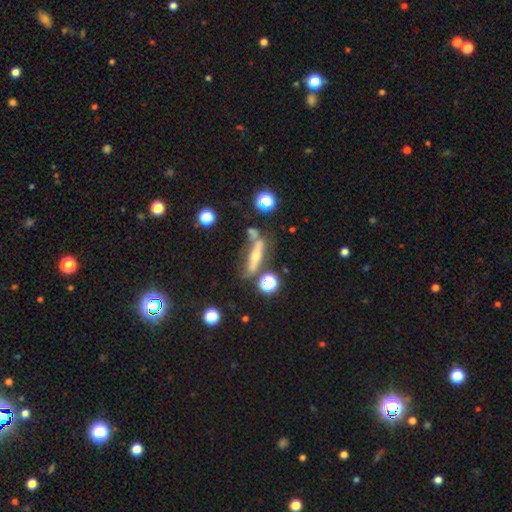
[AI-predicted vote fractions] featured or disk 57%, smooth 30%, star or artifact 13%. Down the decision tree: edge-on disk — yes (78%); merging — none (55%).